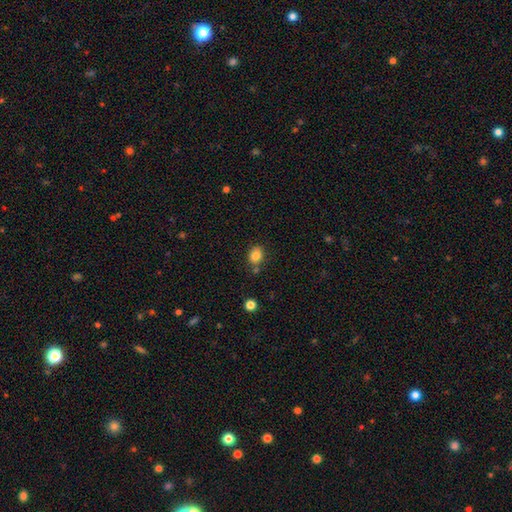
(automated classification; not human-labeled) Q: Smooth or featured?
A: smooth (84%); runner-up: star or artifact (10%)
Q: How rounded?
A: round (55%); runner-up: in between (44%)
Q: Merging?
A: none (72%); runner-up: minor disturbance (15%)